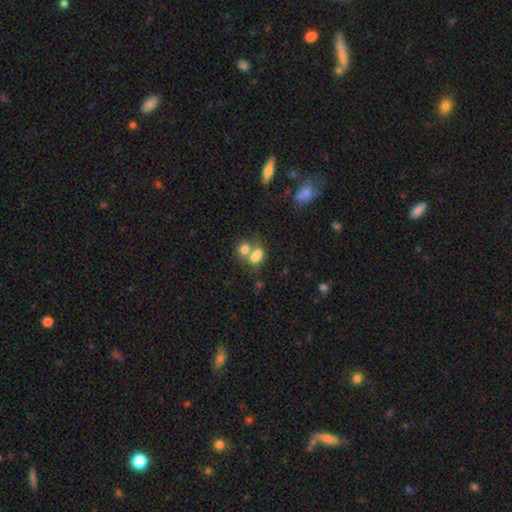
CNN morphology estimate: type=smooth (73%); roundness=in between (64%); merging=merger (62%).